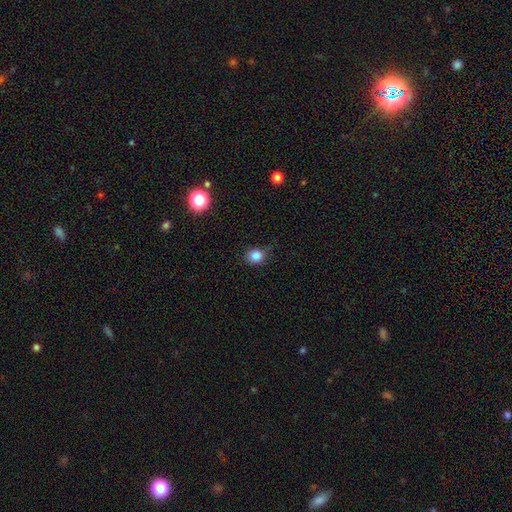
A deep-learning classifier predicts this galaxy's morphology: This is clearly a smooth galaxy (84%). How rounded: likely round (76%). Merging: likely none (72%).